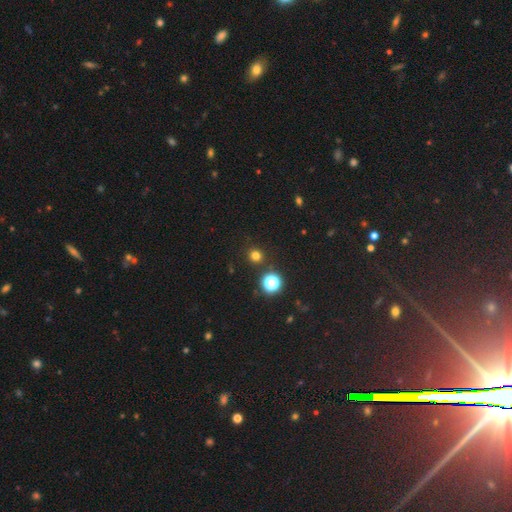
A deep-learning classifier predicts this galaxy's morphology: Smooth or featured?
  - smooth: 75% *
  - star or artifact: 21%
  - featured or disk: 5%
How rounded?
  - round: 92% *
  - in between: 7%
  - cigar-shaped: 1%
Merging?
  - none: 89% *
  - minor disturbance: 6%
  - merger: 3%
  - major disturbance: 2%